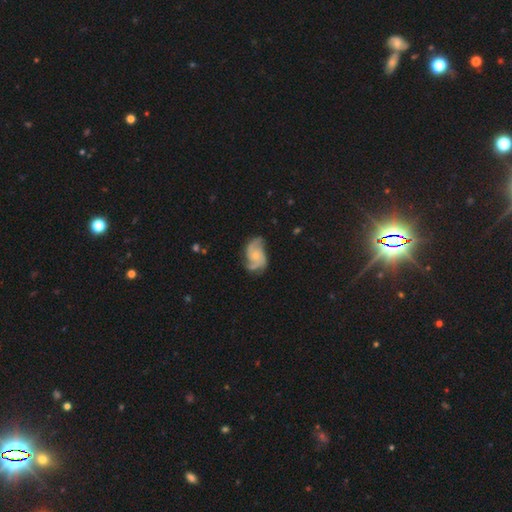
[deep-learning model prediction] Smooth or featured: featured or disk — 84% (smooth — 11%)
Edge-on disk: no — 98% (yes — 2%)
Bar: no — 71% (weak — 25%)
Spiral arms: yes — 97% (no — 3%)
Spiral winding: medium — 48% (loose — 28%)
Spiral arm count: 2 — 49% (3 — 33%)
Bulge size: small — 64% (moderate — 28%)
Merging: none — 65% (minor disturbance — 23%)